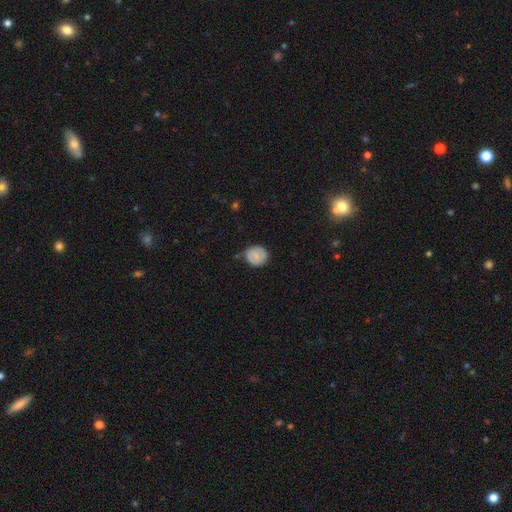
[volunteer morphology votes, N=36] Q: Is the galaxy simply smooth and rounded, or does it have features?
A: smooth — 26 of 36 (72%).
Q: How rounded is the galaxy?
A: round — 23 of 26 (88%).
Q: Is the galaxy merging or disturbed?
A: none — 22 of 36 (61%).